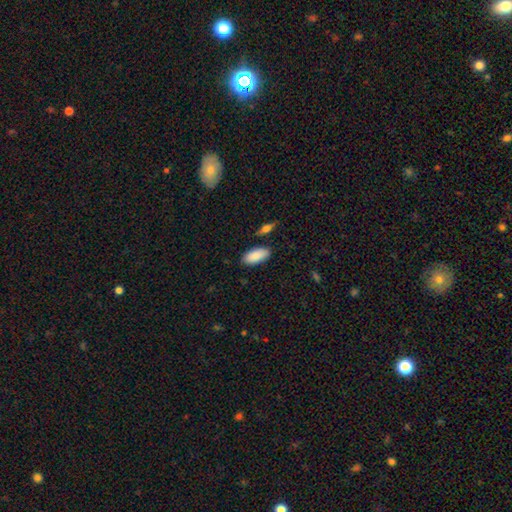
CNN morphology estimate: Smooth or featured: smooth — 89% (star or artifact — 6%)
How rounded: in between — 90% (cigar-shaped — 8%)
Merging: none — 84% (minor disturbance — 11%)